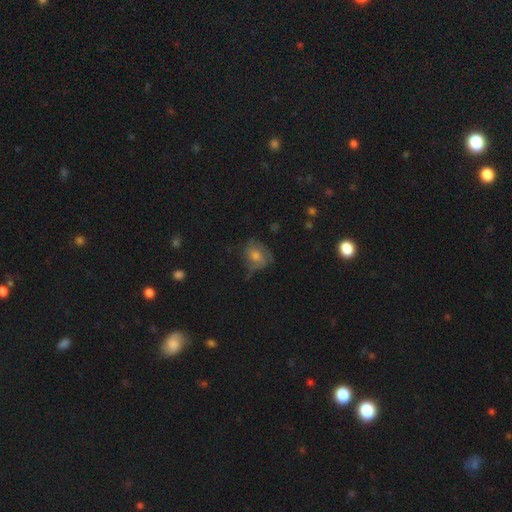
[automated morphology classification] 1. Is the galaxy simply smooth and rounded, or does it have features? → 51% smooth, 33% featured or disk, 15% star or artifact.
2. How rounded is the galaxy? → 58% round, 41% in between, 1% cigar-shaped.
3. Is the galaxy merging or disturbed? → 52% none, 29% minor disturbance, 17% major disturbance, 2% merger.